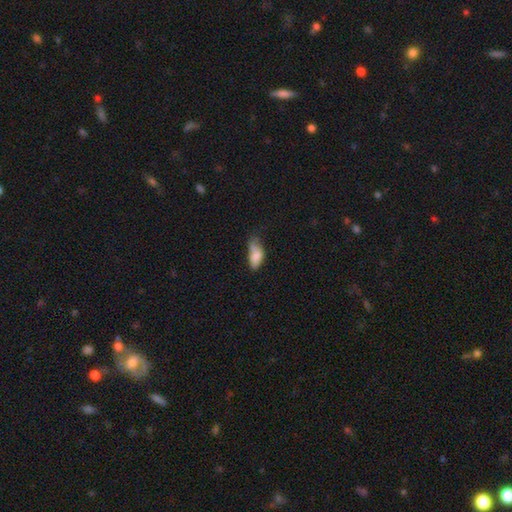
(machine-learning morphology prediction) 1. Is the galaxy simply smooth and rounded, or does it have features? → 75% smooth, 16% featured or disk, 9% star or artifact.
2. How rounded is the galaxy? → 84% in between, 12% cigar-shaped, 4% round.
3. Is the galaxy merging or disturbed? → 38% minor disturbance, 27% none, 26% major disturbance, 9% merger.